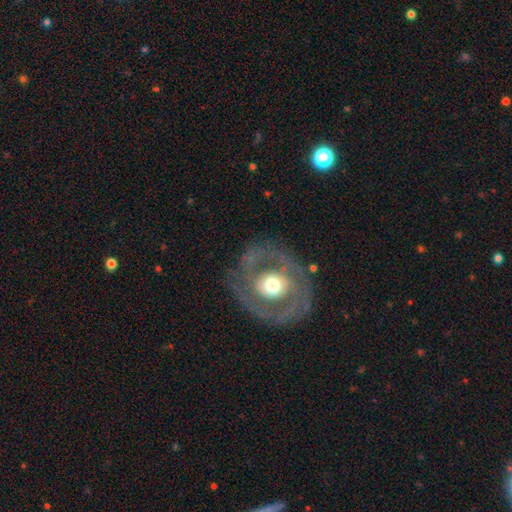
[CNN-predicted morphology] Q: Smooth or featured?
A: featured or disk (71%); runner-up: smooth (22%)
Q: Edge-on disk?
A: no (95%); runner-up: yes (5%)
Q: Bar?
A: no (69%); runner-up: weak (22%)
Q: Spiral arms?
A: no (51%); runner-up: yes (49%)
Q: Bulge size?
A: moderate (62%); runner-up: large (27%)
Q: Merging?
A: none (77%); runner-up: minor disturbance (14%)